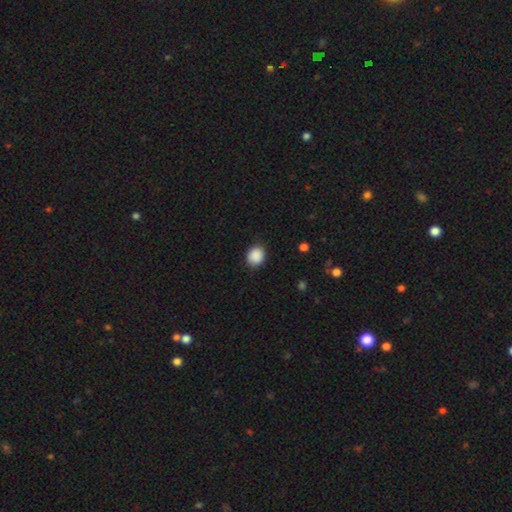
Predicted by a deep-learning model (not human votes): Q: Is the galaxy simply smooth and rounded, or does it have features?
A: smooth — 89%.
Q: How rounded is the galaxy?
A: round — 72%.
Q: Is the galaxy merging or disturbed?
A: none — 86%.